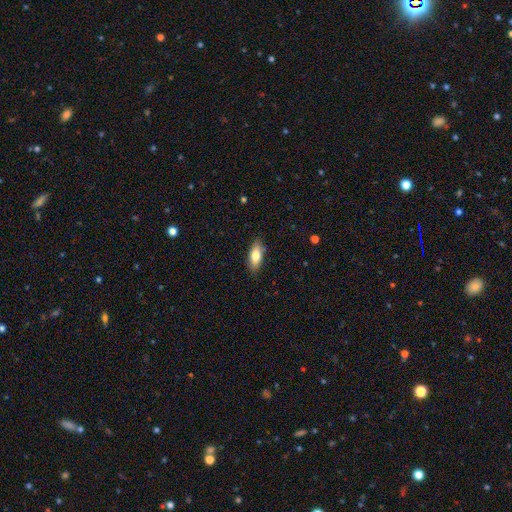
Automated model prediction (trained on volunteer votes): This appears to be a smooth galaxy with no disk features (78%) that is in between round and cigar-shaped (80%). Merging: none (86%).